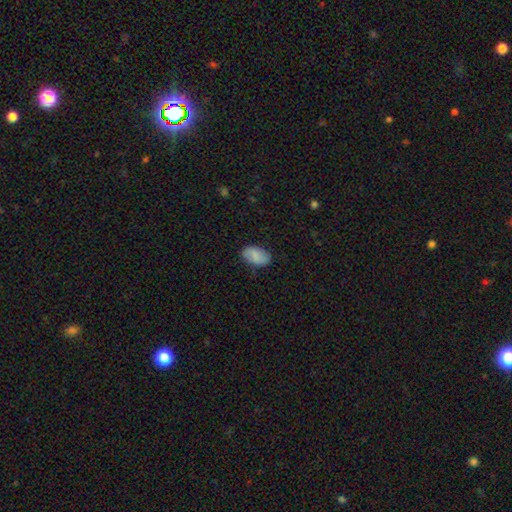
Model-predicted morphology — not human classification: Overall: smooth (76%). How rounded: in between (94%). Merging: none (82%).